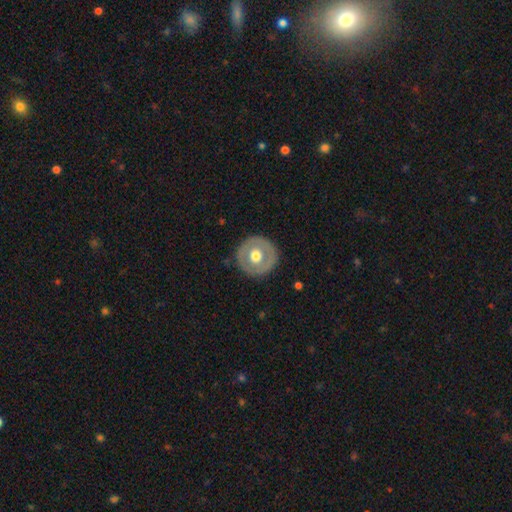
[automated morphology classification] smooth-or-featured: smooth: 52% | featured or disk: 43% | star or artifact: 6%
  how-rounded: round: 93% | in between: 6% | cigar-shaped: 1%
  merging: none: 87% | minor disturbance: 9% | major disturbance: 3% | merger: 1%